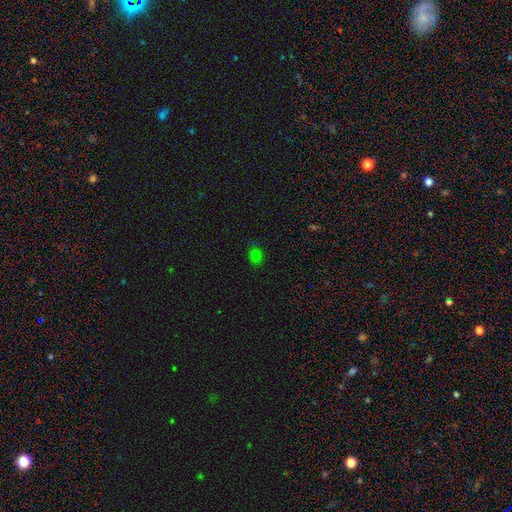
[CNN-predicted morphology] This appears to be a smooth galaxy with no disk features (74%) that is round (55%). Merging: none (82%).